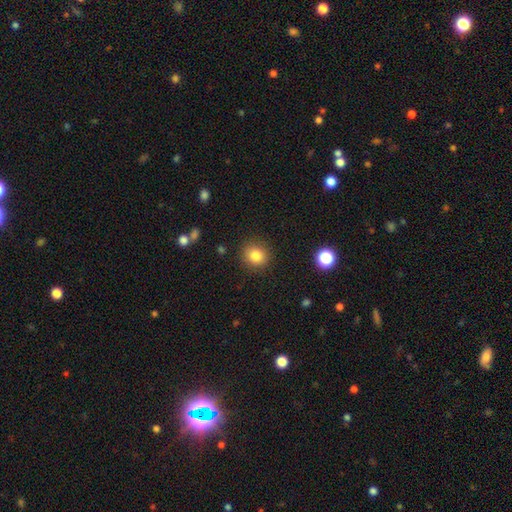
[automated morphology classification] type=smooth (83%); roundness=round (87%); merging=none (89%).